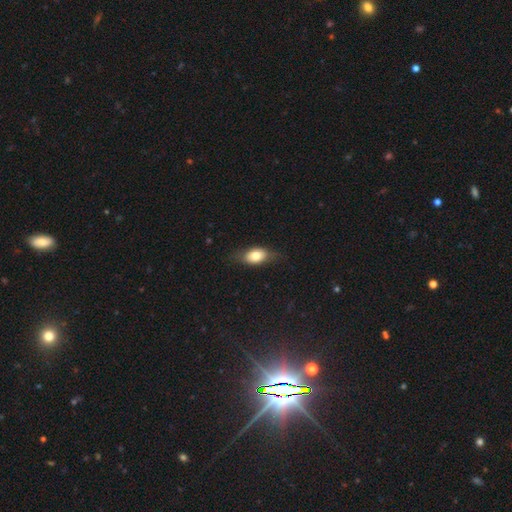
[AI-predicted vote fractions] This is likely a smooth galaxy (72%). How rounded: clearly in between (82%). Merging: likely none (71%).